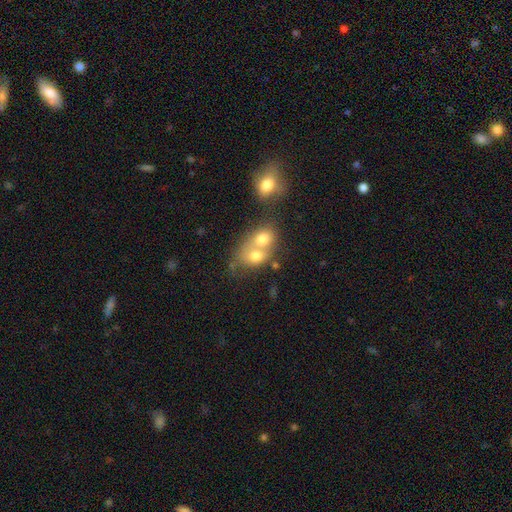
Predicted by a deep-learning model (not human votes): A smooth galaxy with no disk features (70%) that is round (50%). Merging: merger (69%).